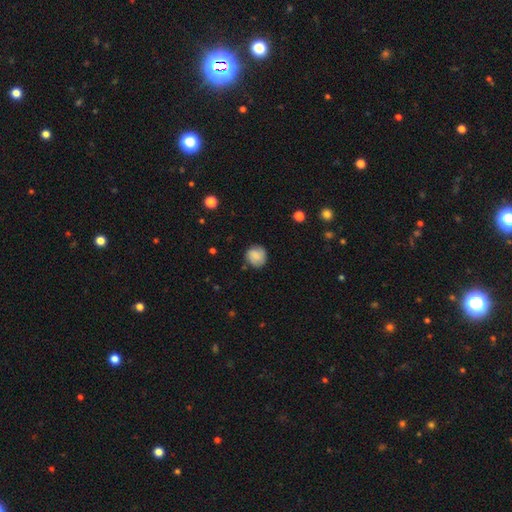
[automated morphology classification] This is likely a smooth galaxy (77%). How rounded: clearly round (88%). Merging: clearly none (80%).